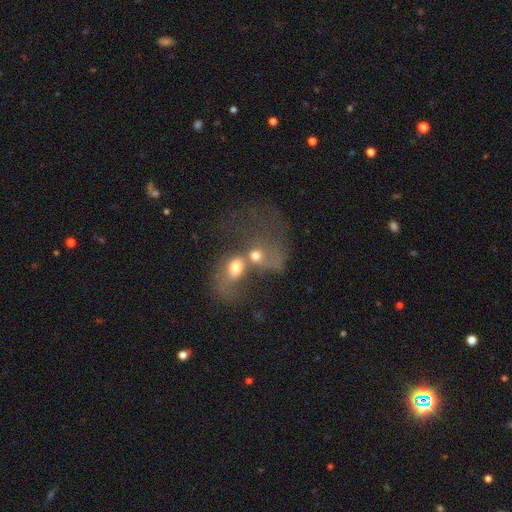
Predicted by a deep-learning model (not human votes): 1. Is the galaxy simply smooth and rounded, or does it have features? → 55% smooth, 31% featured or disk, 14% star or artifact.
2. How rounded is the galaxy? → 56% in between, 42% round, 2% cigar-shaped.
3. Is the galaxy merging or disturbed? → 72% merger, 15% major disturbance, 8% none, 5% minor disturbance.